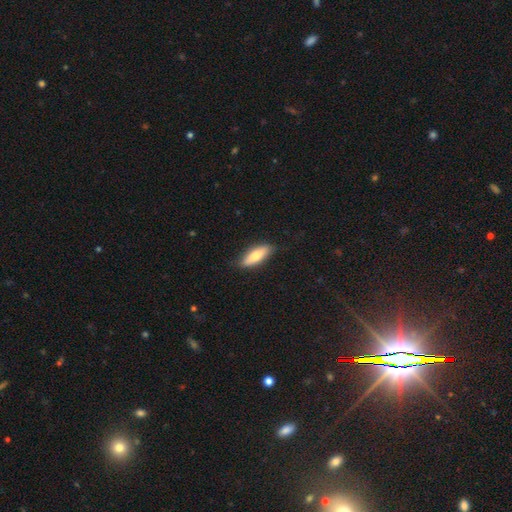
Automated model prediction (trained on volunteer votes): Smooth or featured?
  - smooth: 72% *
  - featured or disk: 22%
  - star or artifact: 6%
How rounded?
  - in between: 60% *
  - cigar-shaped: 38%
  - round: 2%
Merging?
  - none: 84% *
  - minor disturbance: 13%
  - major disturbance: 2%
  - merger: 1%